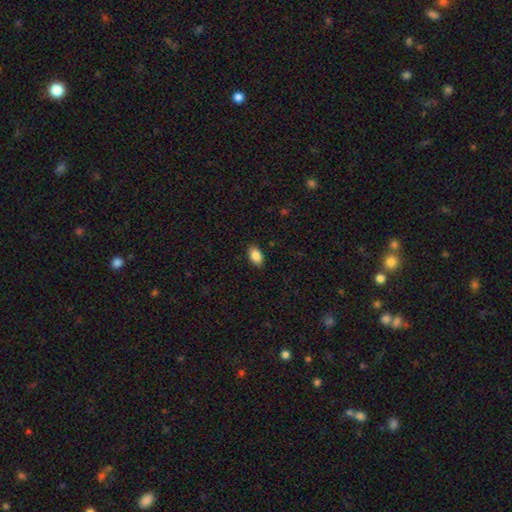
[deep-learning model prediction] The model was most divided on "merging": none: 88%, minor disturbance: 9%, major disturbance: 2%, merger: 1%. More confident: how rounded — in between (93%); smooth or featured — smooth (88%).